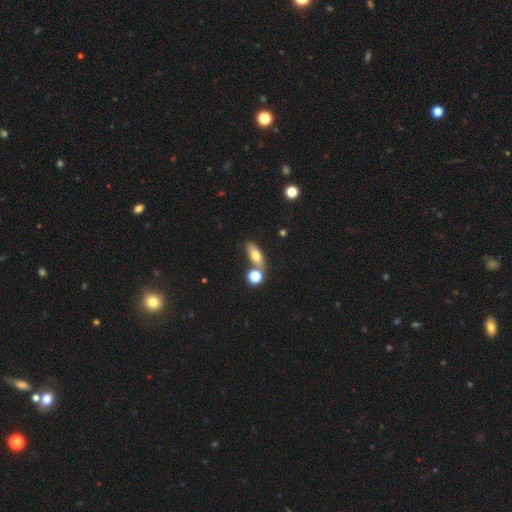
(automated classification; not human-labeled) A smooth galaxy with no disk features (66%) that is in between round and cigar-shaped (70%).

Vote fractions:
- Smooth or featured? smooth: 66% / featured or disk: 23% / star or artifact: 10%
- How rounded? in between: 70% / cigar-shaped: 21% / round: 9%
- Merging? none: 62% / merger: 21% / minor disturbance: 13% / major disturbance: 5%